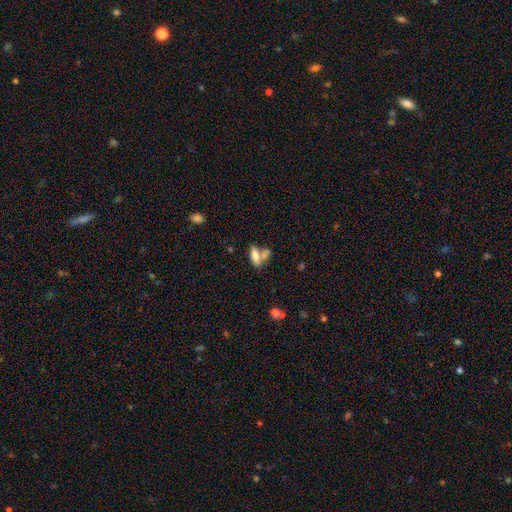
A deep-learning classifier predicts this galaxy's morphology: Q: Smooth or featured?
A: smooth (76%); runner-up: featured or disk (15%)
Q: How rounded?
A: in between (76%); runner-up: cigar-shaped (20%)
Q: Merging?
A: merger (45%); runner-up: none (37%)